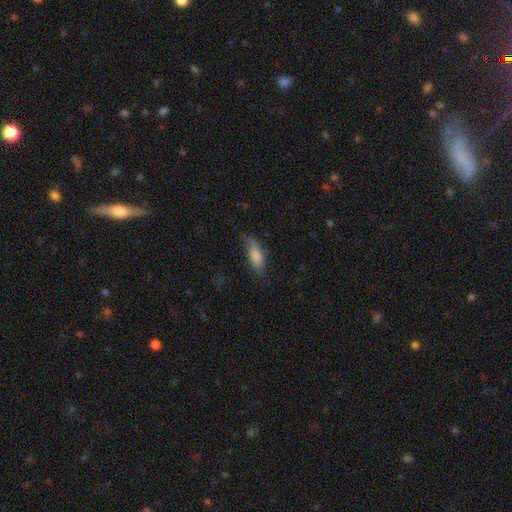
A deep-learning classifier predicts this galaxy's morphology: Q: Smooth or featured?
A: smooth (77%); runner-up: featured or disk (16%)
Q: How rounded?
A: in between (75%); runner-up: cigar-shaped (23%)
Q: Merging?
A: none (53%); runner-up: minor disturbance (32%)